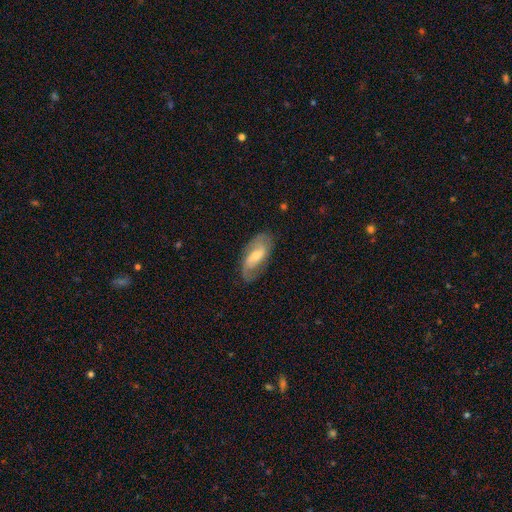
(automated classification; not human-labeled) Overall: featured or disk (68%). Edge-on disk: no (93%). Bar: weak (47%; strong 29%). Spiral arms: yes (87%). Spiral arm count: 2 (78%). Spiral winding: medium (41%; loose 38%). Bulge size: moderate (46%, tied with small). Merging: none (72%).